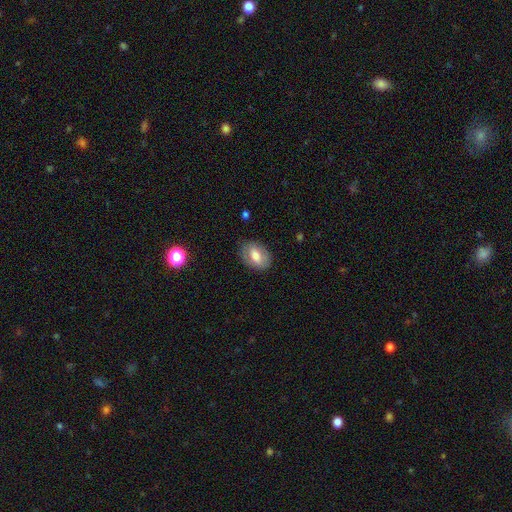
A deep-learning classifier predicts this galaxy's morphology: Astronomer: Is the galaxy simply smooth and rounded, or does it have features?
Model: smooth — 67%.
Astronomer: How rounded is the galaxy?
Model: in between — 83%.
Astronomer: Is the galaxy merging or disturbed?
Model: none — 80%.